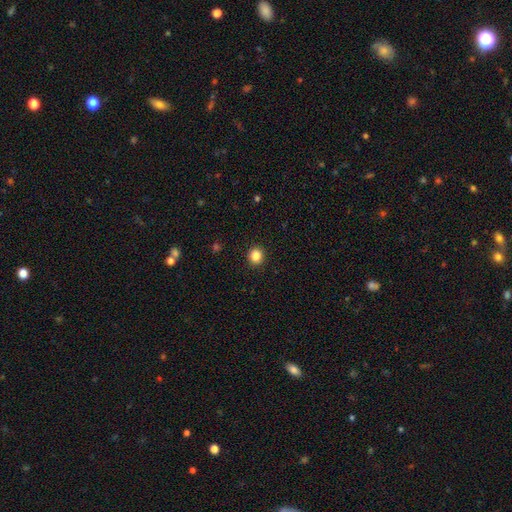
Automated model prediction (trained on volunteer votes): smooth-or-featured: smooth: 85% | star or artifact: 11% | featured or disk: 4%
  how-rounded: round: 89% | in between: 10% | cigar-shaped: 1%
  merging: none: 93% | minor disturbance: 5% | major disturbance: 2% | merger: 1%